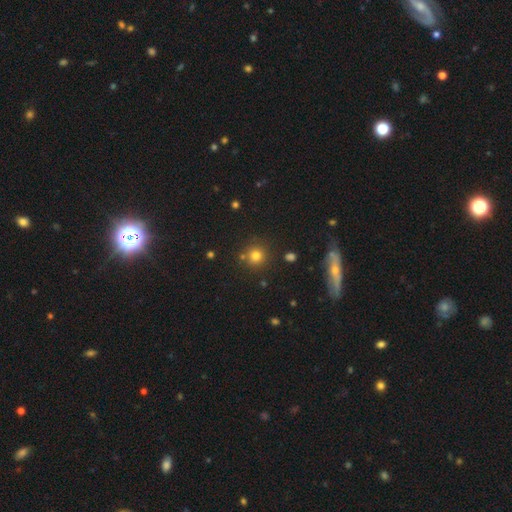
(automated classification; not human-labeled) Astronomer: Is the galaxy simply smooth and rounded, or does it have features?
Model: smooth — 77%.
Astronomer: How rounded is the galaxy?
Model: round — 92%.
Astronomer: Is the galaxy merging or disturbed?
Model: none — 80%.